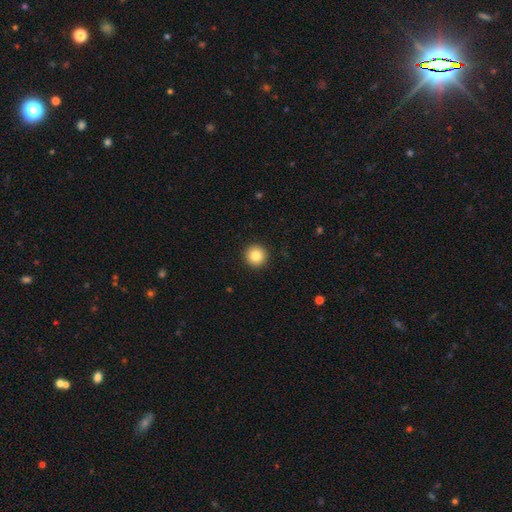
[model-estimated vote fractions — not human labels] smooth 85%, star or artifact 10%, featured or disk 6%. Down the decision tree: how rounded — round (95%); merging — none (93%).